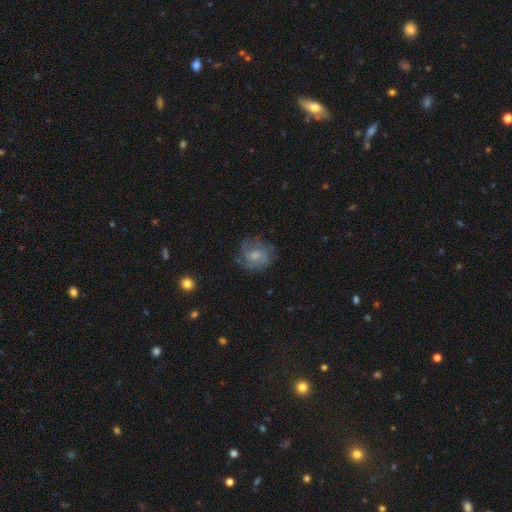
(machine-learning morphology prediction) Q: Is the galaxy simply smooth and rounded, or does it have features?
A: featured or disk — 68%.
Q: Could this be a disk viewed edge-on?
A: no — 98%.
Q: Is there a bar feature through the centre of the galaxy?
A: no — 73%.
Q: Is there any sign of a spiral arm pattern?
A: yes — 89%.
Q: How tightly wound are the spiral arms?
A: tight — 45%.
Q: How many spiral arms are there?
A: can't tell — 35%.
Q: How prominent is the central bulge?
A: small — 49%.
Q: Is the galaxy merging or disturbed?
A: none — 69%.